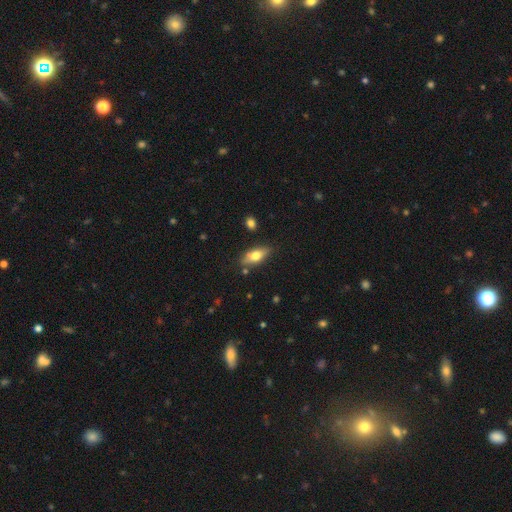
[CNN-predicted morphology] type=smooth (61%); roundness=in between (74%); merging=none (78%).